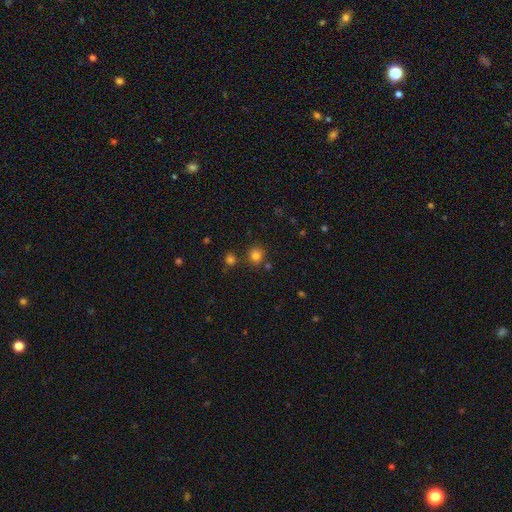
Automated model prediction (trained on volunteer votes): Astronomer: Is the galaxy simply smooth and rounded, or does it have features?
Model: smooth — 80%.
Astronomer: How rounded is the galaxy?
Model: round — 88%.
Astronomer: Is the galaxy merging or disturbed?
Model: none — 79%.